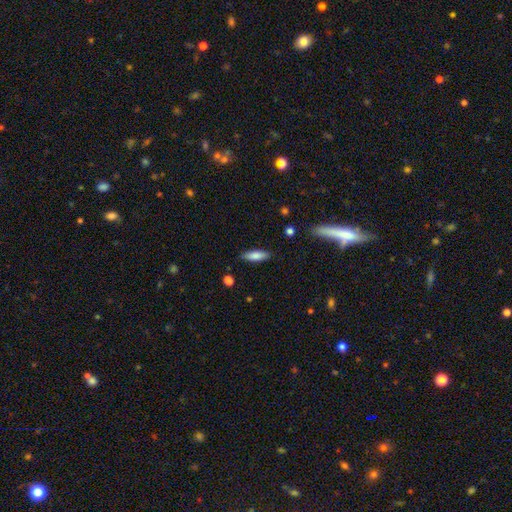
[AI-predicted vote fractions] smooth_or_featured: smooth (p=0.81) [alt: featured or disk p=0.13]
how_rounded: in between (p=0.55) [alt: cigar-shaped p=0.44]
merging: none (p=0.86) [alt: minor disturbance p=0.10]